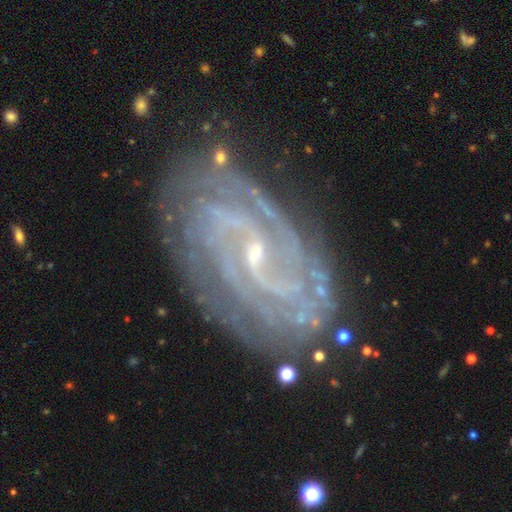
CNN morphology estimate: The model was most divided on "bar": weak: 47%, no: 31%, strong: 23%. Remaining: spiral arms — yes (98%); edge-on disk — no (97%); smooth or featured — featured or disk (89%); bulge size — small (81%); merging — none (79%); spiral winding — tight (65%); spiral arm count — 2 (42%).